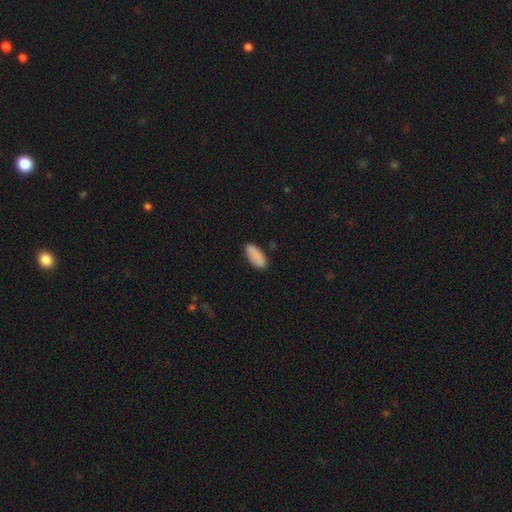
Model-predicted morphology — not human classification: Smooth or featured?
  - smooth: 89% *
  - star or artifact: 7%
  - featured or disk: 5%
How rounded?
  - in between: 85% *
  - cigar-shaped: 13%
  - round: 2%
Merging?
  - none: 84% *
  - minor disturbance: 12%
  - major disturbance: 2%
  - merger: 1%